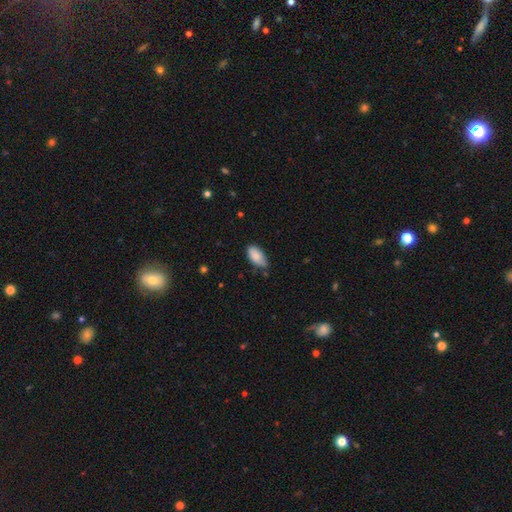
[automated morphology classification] smooth_or_featured: smooth (p=0.86) [alt: featured or disk p=0.07]
how_rounded: in between (p=0.94) [alt: cigar-shaped p=0.03]
merging: none (p=0.59) [alt: minor disturbance p=0.34]